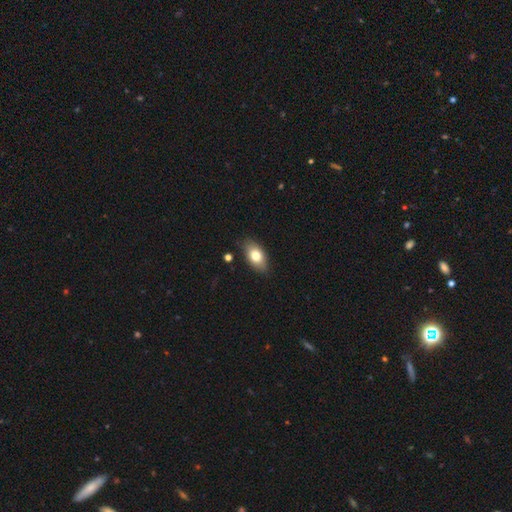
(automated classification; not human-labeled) Smooth or featured: smooth — 76% (featured or disk — 17%)
How rounded: in between — 90% (round — 6%)
Merging: none — 83% (minor disturbance — 13%)